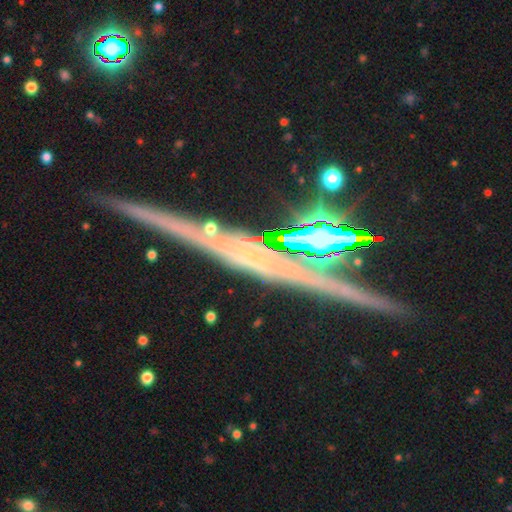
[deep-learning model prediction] Q: Smooth or featured?
A: featured or disk (50%); runner-up: star or artifact (37%)
Q: Edge-on disk?
A: yes (90%); runner-up: no (10%)
Q: Merging?
A: none (81%); runner-up: minor disturbance (9%)